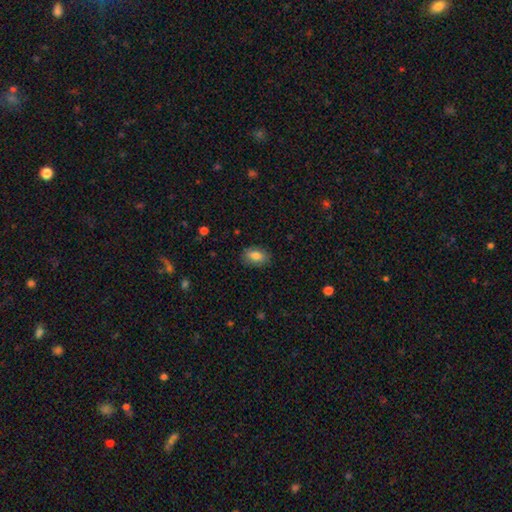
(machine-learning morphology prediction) Smooth or featured?
  - smooth: 83% *
  - featured or disk: 9%
  - star or artifact: 8%
How rounded?
  - in between: 87% *
  - round: 11%
  - cigar-shaped: 2%
Merging?
  - none: 84% *
  - minor disturbance: 12%
  - major disturbance: 3%
  - merger: 1%